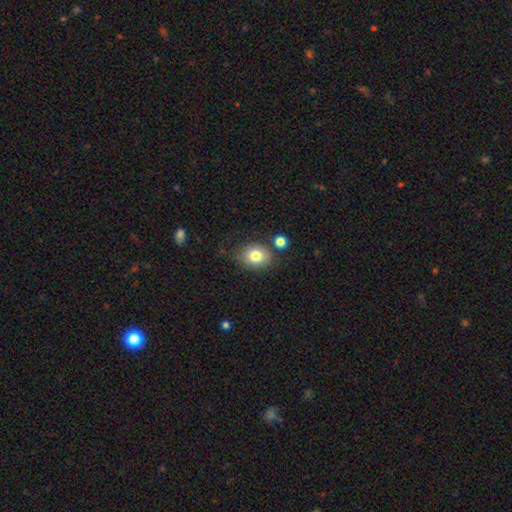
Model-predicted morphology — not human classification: Smooth or featured? Predicted: smooth (p=0.80). How rounded? Predicted: round (p=0.51). Merging? Predicted: none (p=0.72).